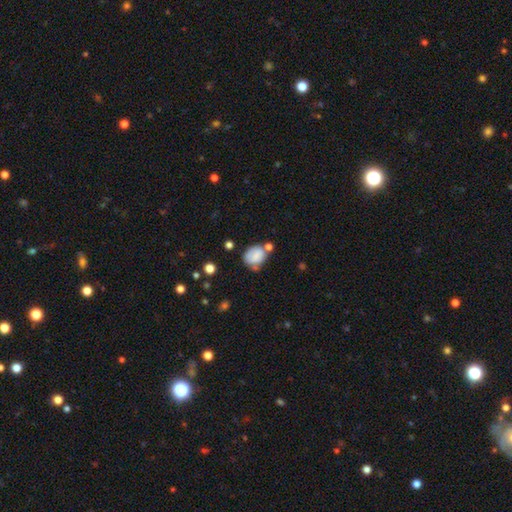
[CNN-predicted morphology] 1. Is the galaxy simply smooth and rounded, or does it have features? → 75% smooth, 16% featured or disk, 9% star or artifact.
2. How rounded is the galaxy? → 57% in between, 42% round, 1% cigar-shaped.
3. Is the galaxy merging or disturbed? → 43% none, 28% minor disturbance, 19% merger, 10% major disturbance.